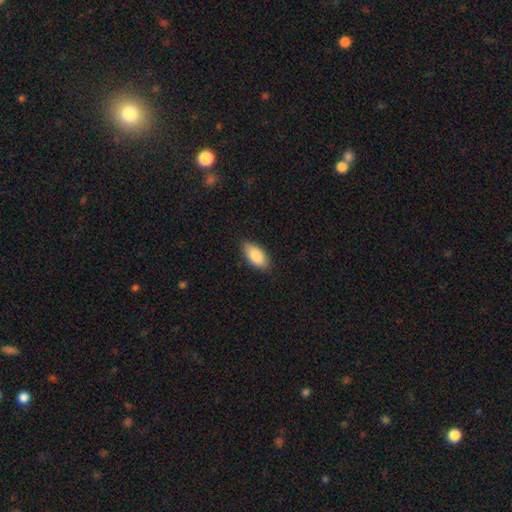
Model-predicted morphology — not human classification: Smooth or featured?
  - smooth: 87% *
  - featured or disk: 7%
  - star or artifact: 6%
How rounded?
  - in between: 93% *
  - cigar-shaped: 5%
  - round: 3%
Merging?
  - none: 84% *
  - minor disturbance: 12%
  - major disturbance: 2%
  - merger: 1%